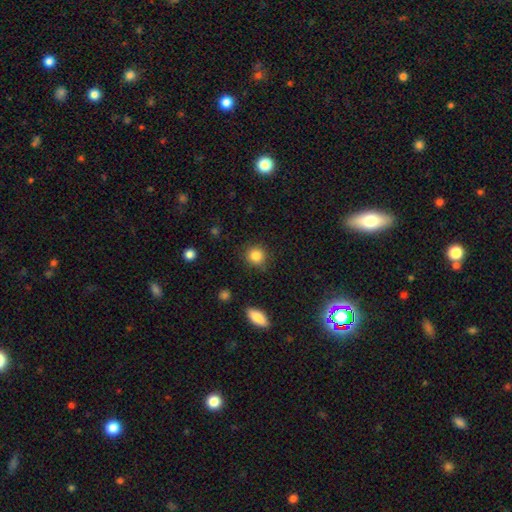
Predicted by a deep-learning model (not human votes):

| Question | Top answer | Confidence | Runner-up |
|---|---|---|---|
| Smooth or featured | smooth | 85% | star or artifact (10%) |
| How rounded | round | 90% | in between (9%) |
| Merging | none | 87% | minor disturbance (9%) |